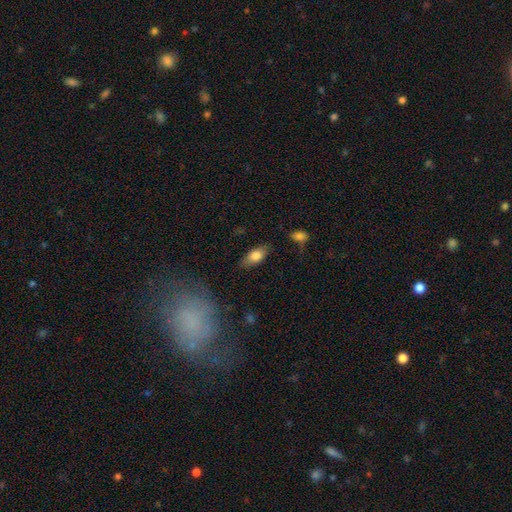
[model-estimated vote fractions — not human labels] Morphology: type=smooth (77%); roundness=in between (84%); merging=none (81%).